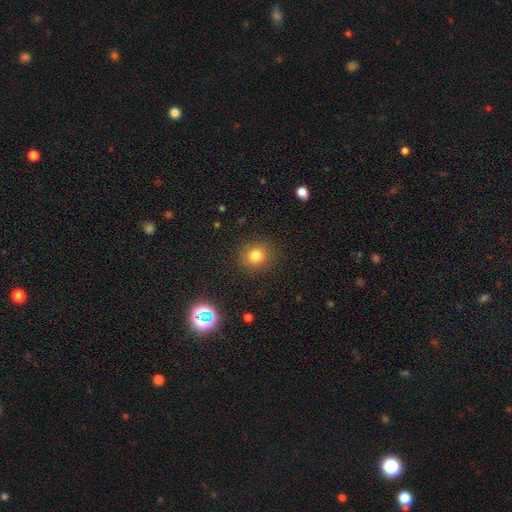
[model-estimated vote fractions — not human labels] Smooth or featured: smooth — 79% (star or artifact — 14%)
How rounded: round — 86% (in between — 13%)
Merging: none — 88% (minor disturbance — 8%)